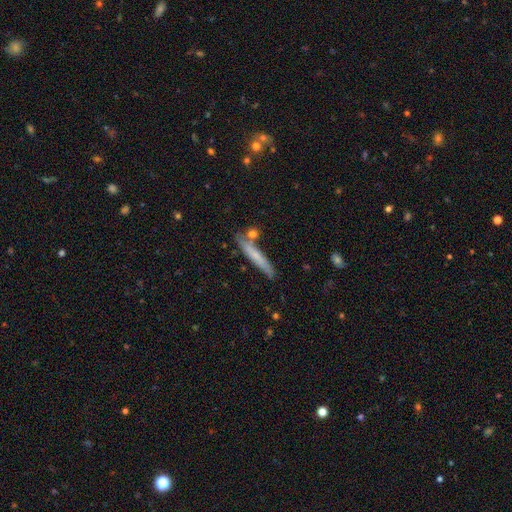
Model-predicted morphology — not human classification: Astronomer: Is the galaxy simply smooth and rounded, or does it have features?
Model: smooth — 63%.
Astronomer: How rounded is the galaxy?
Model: cigar-shaped — 93%.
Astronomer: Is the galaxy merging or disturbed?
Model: none — 76%.